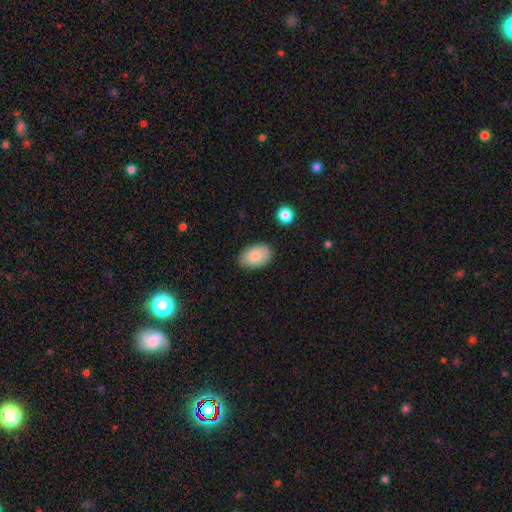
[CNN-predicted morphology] type=smooth (83%); roundness=in between (88%); merging=none (80%).